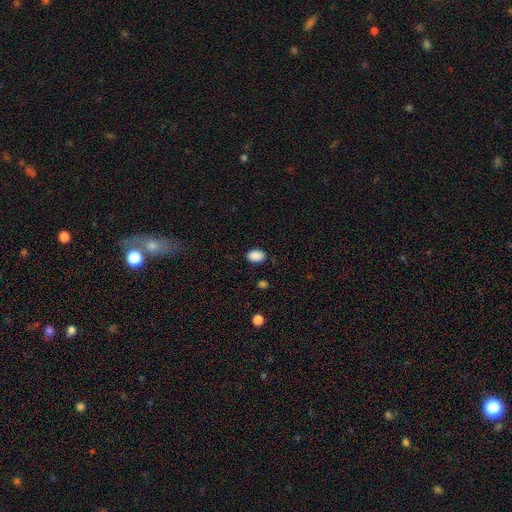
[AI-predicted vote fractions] Morphology: type=smooth (89%); roundness=in between (82%); merging=none (86%).